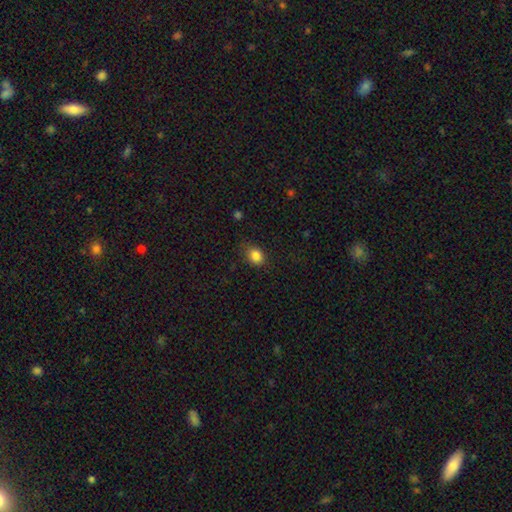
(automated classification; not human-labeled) This is clearly a smooth galaxy (85%). How rounded: possibly in between (52%). Merging: likely none (77%).